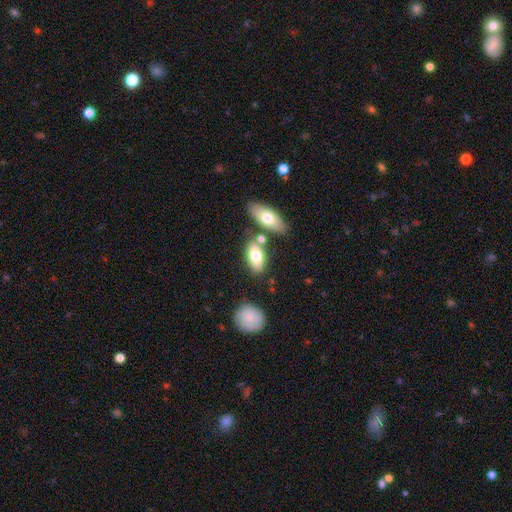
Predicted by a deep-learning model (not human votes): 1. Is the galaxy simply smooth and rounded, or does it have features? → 75% smooth, 19% featured or disk, 7% star or artifact.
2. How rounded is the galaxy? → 87% in between, 8% cigar-shaped, 5% round.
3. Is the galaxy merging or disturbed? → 66% none, 17% merger, 13% minor disturbance, 4% major disturbance.